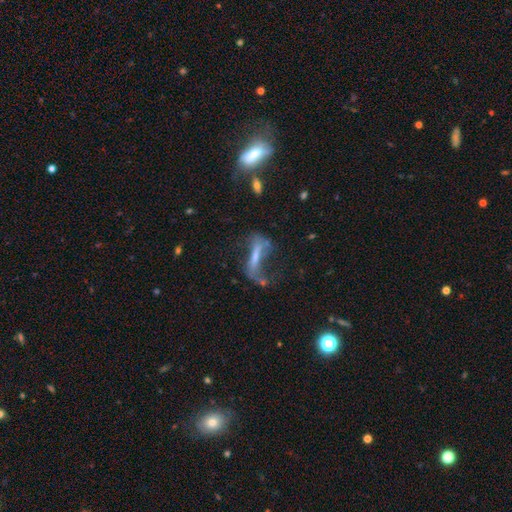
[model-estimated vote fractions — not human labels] This is possibly a featured or disk galaxy (57%). It is likely not viewed edge-on (73%). Merging: marginally major disturbance (37%).